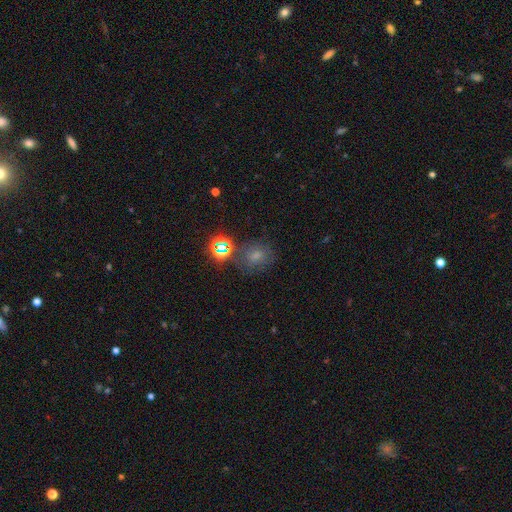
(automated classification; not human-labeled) smooth 53%, star or artifact 32%, featured or disk 15%. Down the decision tree: how rounded — round (64%); merging — none (65%).